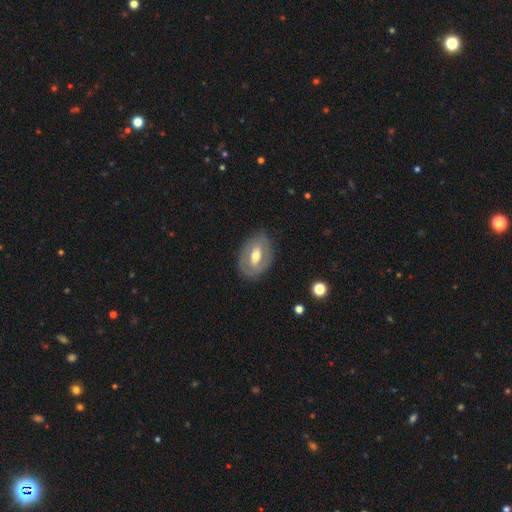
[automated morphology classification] Overall: featured or disk (59%; smooth 35%). Edge-on disk: no (91%). Bar: weak (40%; no 32%). Spiral arms: no (57%; yes 43%). Bulge size: moderate (72%). Merging: none (80%).